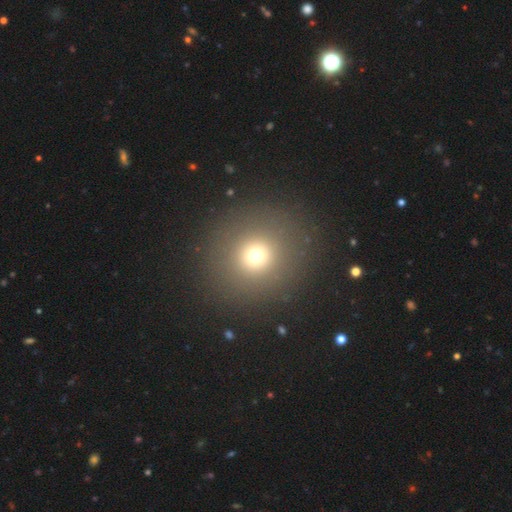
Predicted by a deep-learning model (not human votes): A smooth galaxy with no disk features (68%) that is round (92%). Merging: none (88%).